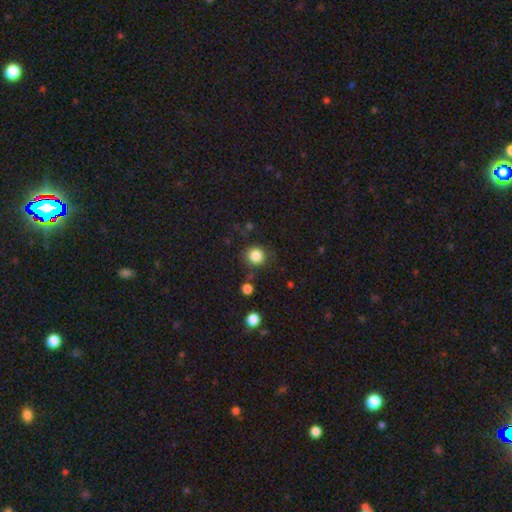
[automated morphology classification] The model was most divided on "merging": none: 80%, minor disturbance: 12%, major disturbance: 4%, merger: 4%. More confident: how rounded — round (90%); smooth or featured — smooth (85%).